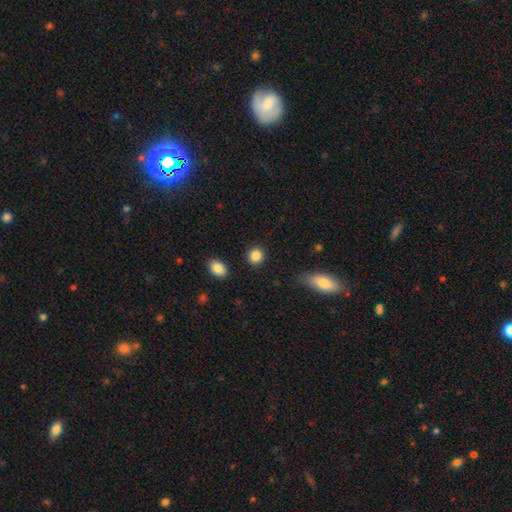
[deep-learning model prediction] Smooth or featured?
  - smooth: 87% *
  - star or artifact: 9%
  - featured or disk: 4%
How rounded?
  - round: 85% *
  - in between: 14%
  - cigar-shaped: 1%
Merging?
  - none: 89% *
  - minor disturbance: 6%
  - major disturbance: 2%
  - merger: 2%